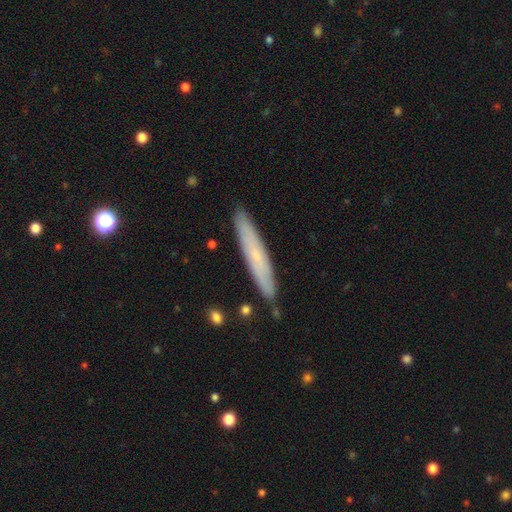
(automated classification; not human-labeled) The model was most divided on "smooth or featured": smooth: 50%, featured or disk: 42%, star or artifact: 7%. More confident: how rounded — cigar-shaped (92%); merging — none (87%).